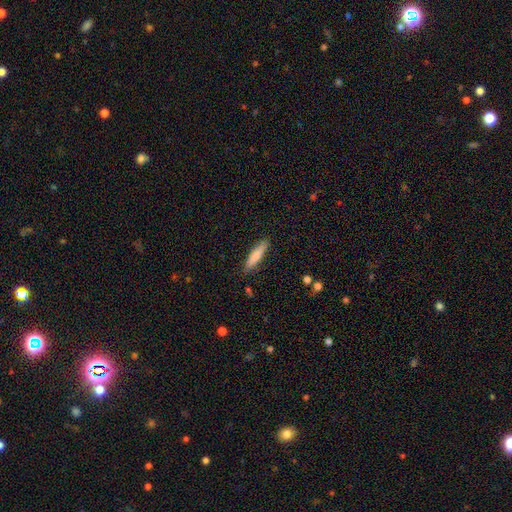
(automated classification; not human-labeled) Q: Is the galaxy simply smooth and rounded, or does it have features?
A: smooth — 76%.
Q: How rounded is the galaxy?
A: cigar-shaped — 83%.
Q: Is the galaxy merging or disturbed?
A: none — 87%.